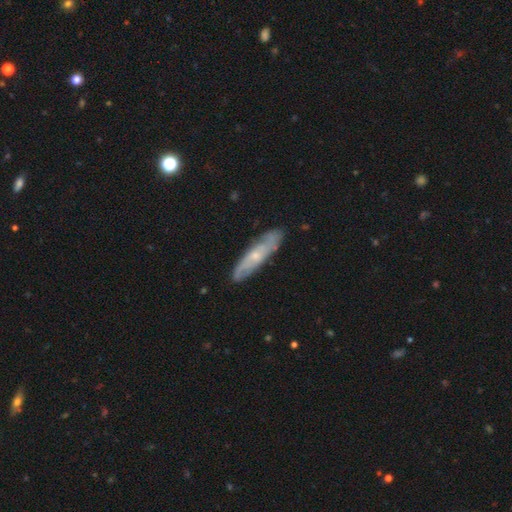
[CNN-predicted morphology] smooth_or_featured: featured or disk (p=0.61) [alt: smooth p=0.33]
disk_edge_on: no (p=0.57) [alt: yes p=0.43]
merging: none (p=0.82) [alt: minor disturbance p=0.14]